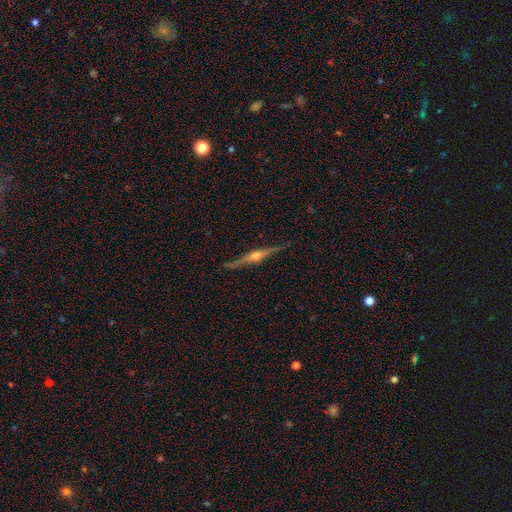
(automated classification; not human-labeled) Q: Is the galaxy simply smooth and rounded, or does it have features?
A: featured or disk — 83%.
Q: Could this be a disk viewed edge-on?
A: yes — 98%.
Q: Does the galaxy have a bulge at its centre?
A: rounded — 92%.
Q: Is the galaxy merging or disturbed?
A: none — 87%.